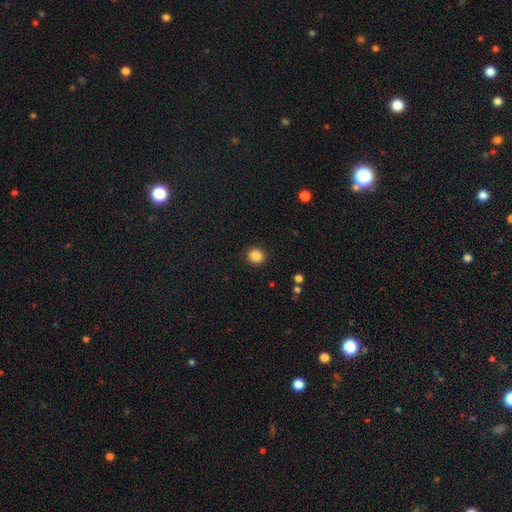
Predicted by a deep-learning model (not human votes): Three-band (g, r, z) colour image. It shows a smooth galaxy with no disk features (86%) that is round (87%). Merging: none (92%).